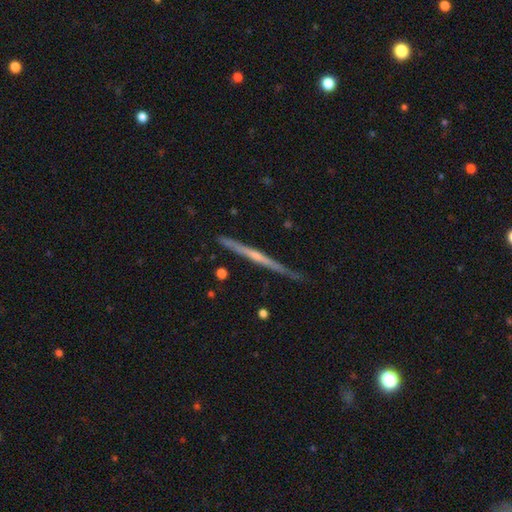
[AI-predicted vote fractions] smooth_or_featured: featured or disk (p=0.72) [alt: smooth p=0.22]
disk_edge_on: yes (p=0.98) [alt: no p=0.02]
edge_on_bulge: none (p=0.51) [alt: rounded p=0.42]
merging: none (p=0.83) [alt: minor disturbance p=0.13]